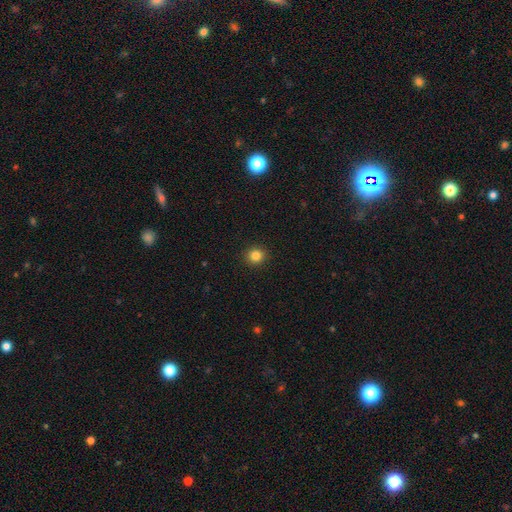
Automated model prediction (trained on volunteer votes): smooth-or-featured: smooth: 84% | star or artifact: 12% | featured or disk: 5%
  how-rounded: round: 91% | in between: 8% | cigar-shaped: 1%
  merging: none: 92% | minor disturbance: 5% | major disturbance: 2% | merger: 1%